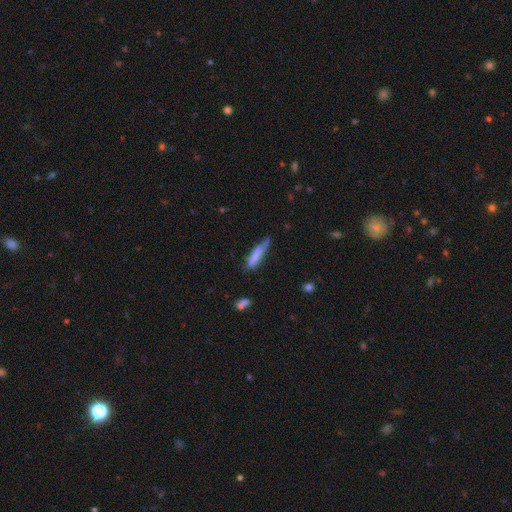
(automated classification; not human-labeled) smooth_or_featured: smooth (p=0.74) [alt: featured or disk p=0.19]
how_rounded: cigar-shaped (p=0.80) [alt: in between p=0.19]
merging: none (p=0.44) [alt: minor disturbance p=0.39]